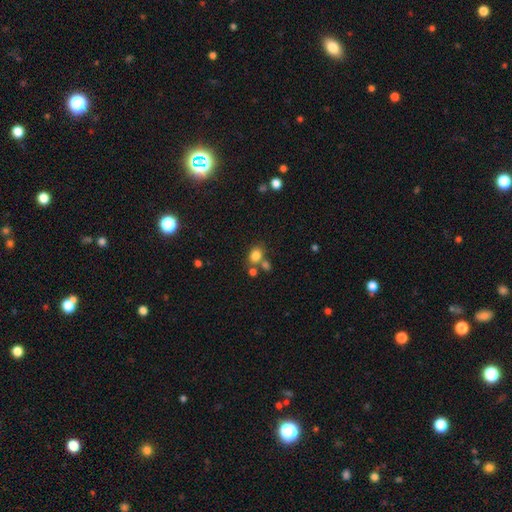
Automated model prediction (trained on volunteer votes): Smooth or featured: smooth — 80% (star or artifact — 12%)
How rounded: in between — 56% (round — 42%)
Merging: none — 57% (merger — 26%)